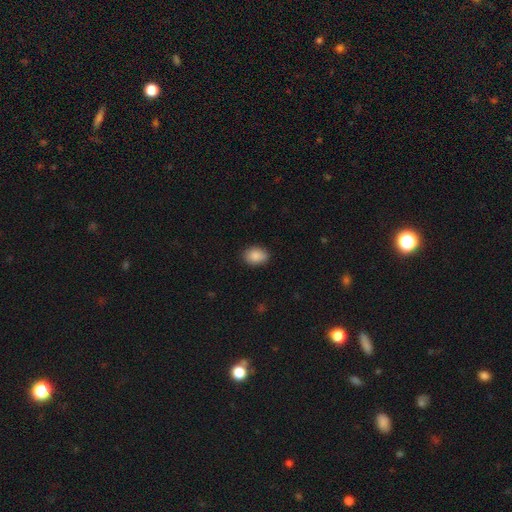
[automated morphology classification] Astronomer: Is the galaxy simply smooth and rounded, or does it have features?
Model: smooth — 89%.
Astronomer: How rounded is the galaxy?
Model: in between — 75%.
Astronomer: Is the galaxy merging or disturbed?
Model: none — 86%.